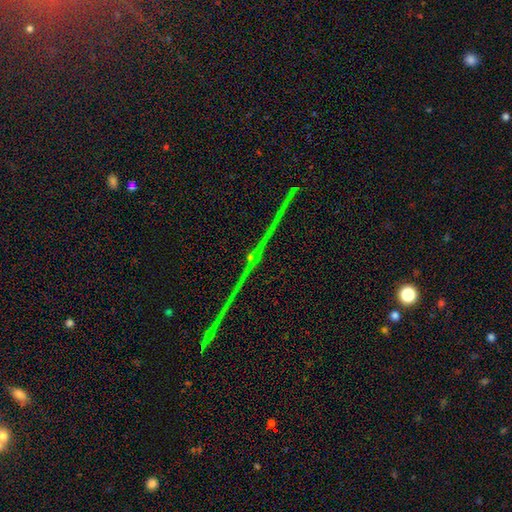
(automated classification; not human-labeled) Morphology: type=star or artifact (65%).